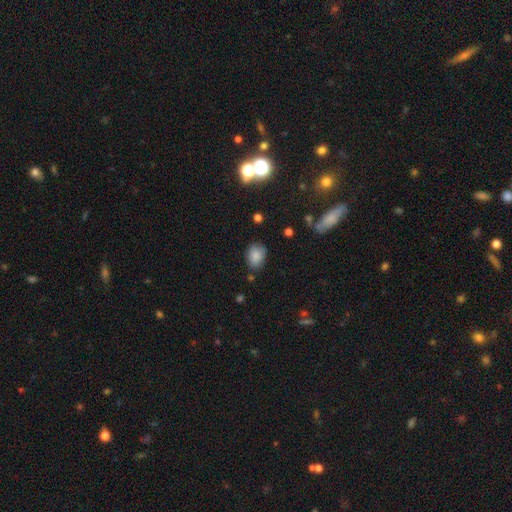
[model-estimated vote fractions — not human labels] Smooth or featured: smooth — 84% (star or artifact — 9%)
How rounded: in between — 67% (round — 32%)
Merging: none — 72% (minor disturbance — 22%)